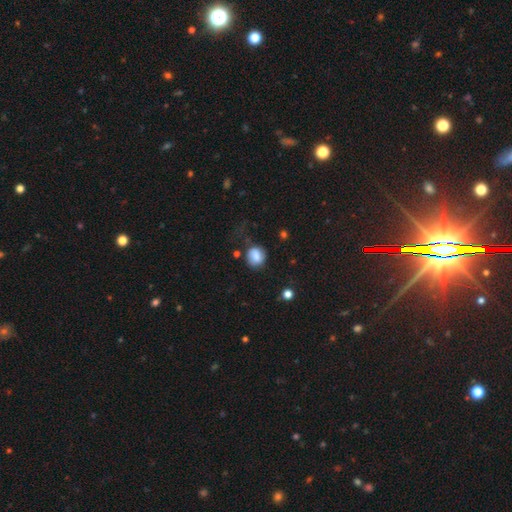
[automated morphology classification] smooth 79%, featured or disk 12%, star or artifact 9%. Down the decision tree: how rounded — round (71%); merging — none (61%).